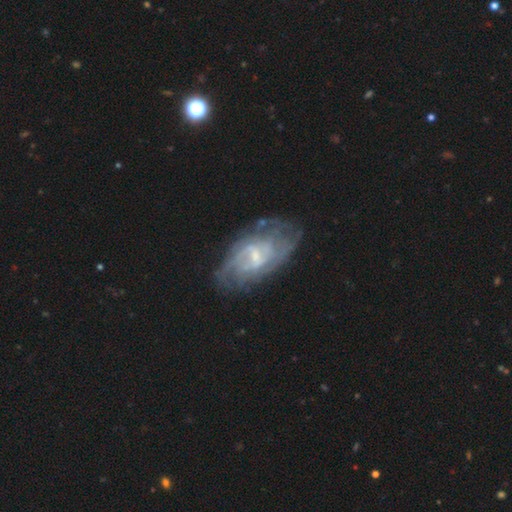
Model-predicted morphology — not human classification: Smooth or featured? featured or disk (79%)
Edge-on disk? no (95%)
Bar? weak (56%)
Spiral arms? yes (80%)
Spiral winding? tight (44%)
Spiral arm count? can't tell (53%)
Bulge size? small (57%)
Merging? none (62%)